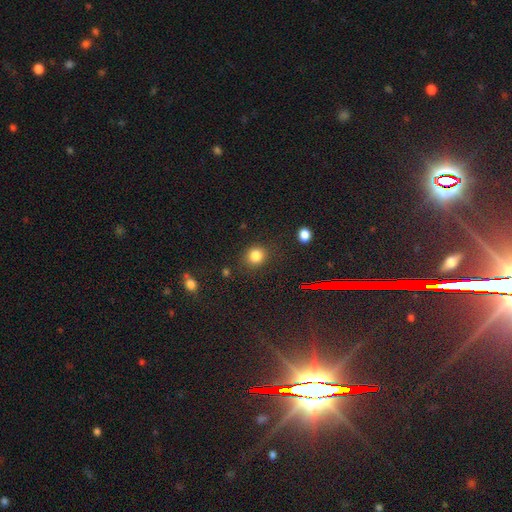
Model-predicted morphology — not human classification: A smooth galaxy with no disk features (82%) that is round (79%).

Vote fractions:
- Smooth or featured? smooth: 82% / star or artifact: 13% / featured or disk: 5%
- How rounded? round: 79% / in between: 20% / cigar-shaped: 1%
- Merging? none: 84% / minor disturbance: 10% / major disturbance: 4% / merger: 2%